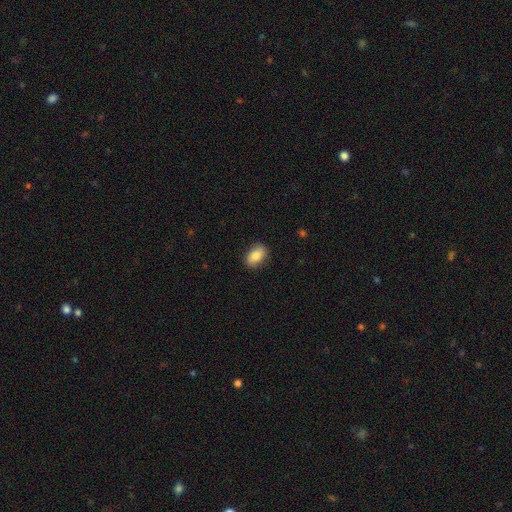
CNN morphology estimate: This is clearly a smooth galaxy (83%). How rounded: clearly in between (89%). Merging: clearly none (86%).